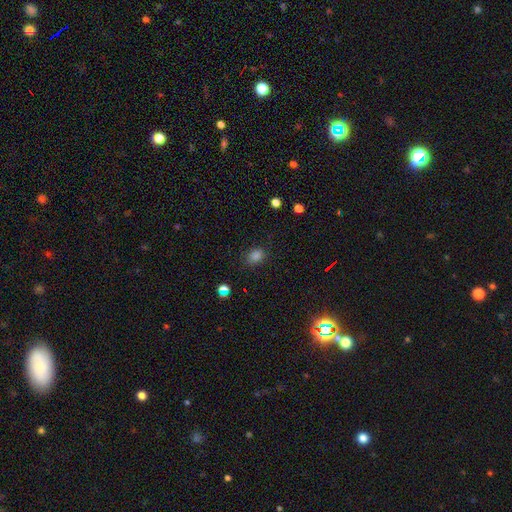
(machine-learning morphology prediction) smooth-or-featured: smooth: 77% | star or artifact: 18% | featured or disk: 5%
  how-rounded: in between: 51% | round: 48% | cigar-shaped: 1%
  merging: none: 84% | minor disturbance: 11% | major disturbance: 3% | merger: 1%